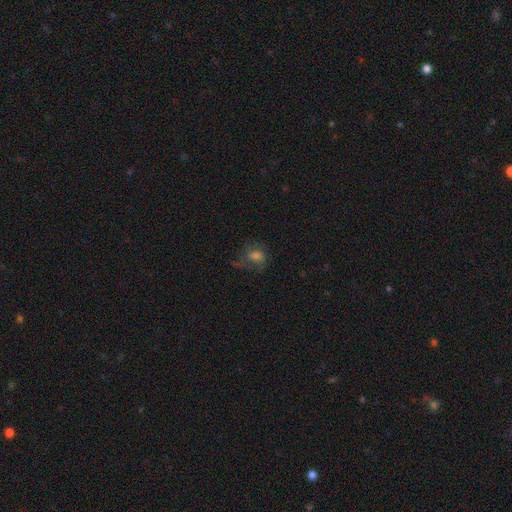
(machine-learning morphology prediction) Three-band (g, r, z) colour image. It shows a smooth galaxy with no disk features (48%). Merging: none (50%).